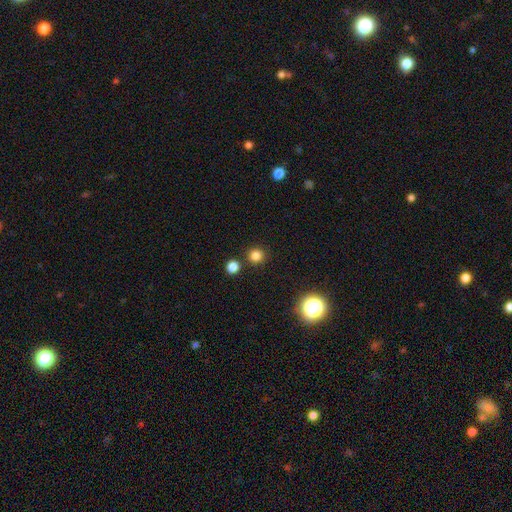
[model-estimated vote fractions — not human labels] Morphology: type=smooth (80%); roundness=round (94%); merging=none (86%).